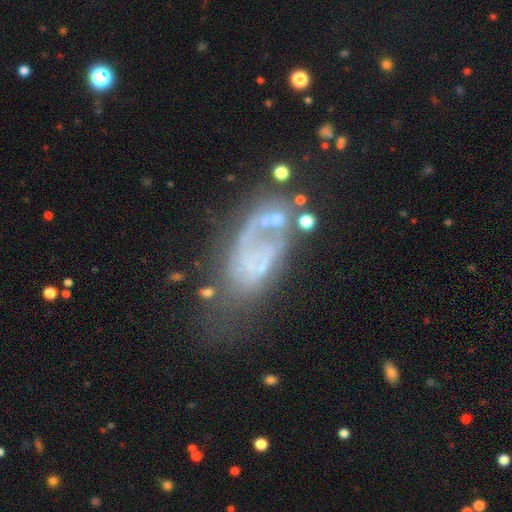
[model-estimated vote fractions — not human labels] Smooth or featured? Predicted: featured or disk (p=0.61). Edge-on disk? Predicted: no (p=0.93). Bar? Predicted: no (p=0.81). Spiral arms? Predicted: no (p=0.60). Bulge size? Predicted: none (p=0.72). Merging? Predicted: none (p=0.34, tied with major disturbance).